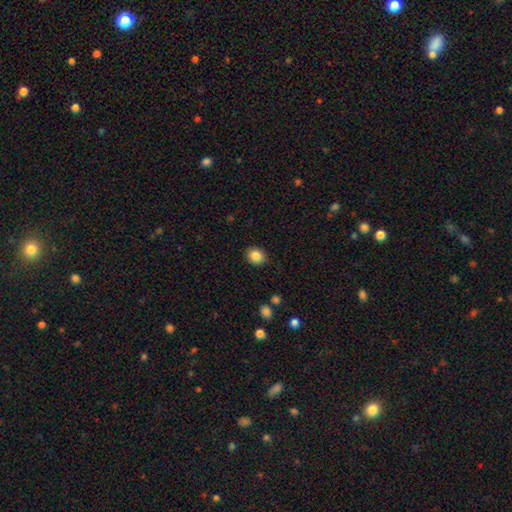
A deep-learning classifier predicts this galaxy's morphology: Q: Smooth or featured?
A: smooth (85%); runner-up: star or artifact (9%)
Q: How rounded?
A: round (74%); runner-up: in between (25%)
Q: Merging?
A: none (90%); runner-up: minor disturbance (7%)